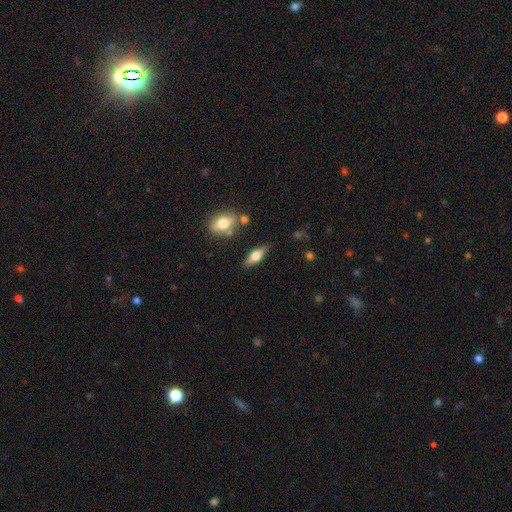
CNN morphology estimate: This appears to be a featured or disk galaxy (49%). Merging: none (81%).